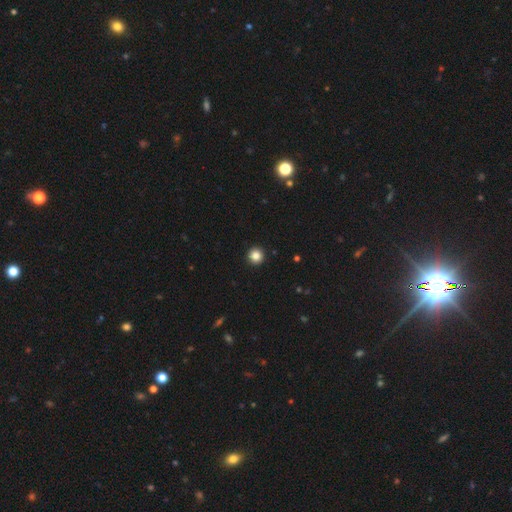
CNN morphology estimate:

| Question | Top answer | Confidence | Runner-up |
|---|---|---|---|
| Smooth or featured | smooth | 85% | star or artifact (11%) |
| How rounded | round | 96% | in between (3%) |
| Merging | none | 94% | minor disturbance (4%) |